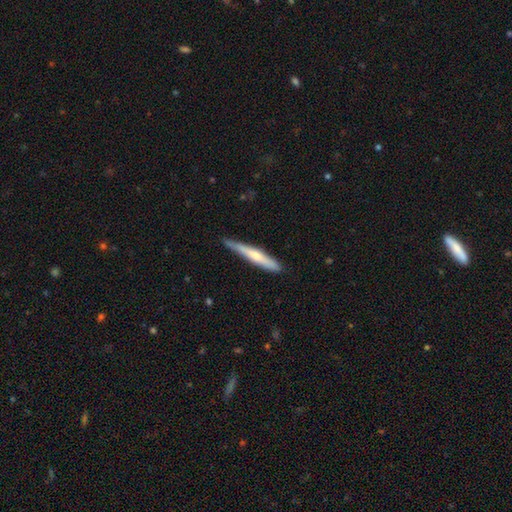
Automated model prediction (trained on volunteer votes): Q: Smooth or featured?
A: smooth (51%); runner-up: featured or disk (44%)
Q: How rounded?
A: cigar-shaped (95%); runner-up: in between (4%)
Q: Merging?
A: none (78%); runner-up: minor disturbance (18%)